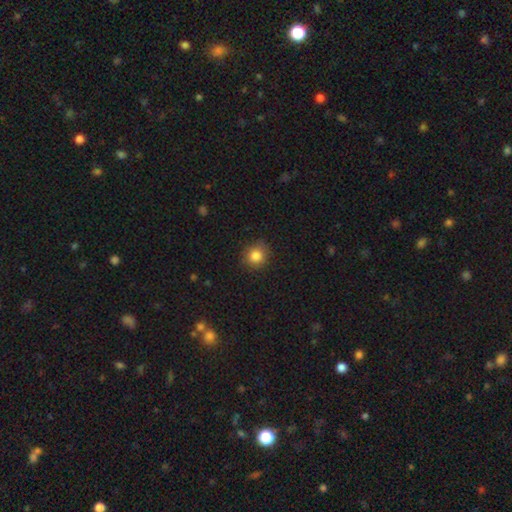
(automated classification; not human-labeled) smooth_or_featured: smooth (p=0.84) [alt: star or artifact p=0.11]
how_rounded: round (p=0.88) [alt: in between p=0.11]
merging: none (p=0.86) [alt: minor disturbance p=0.10]